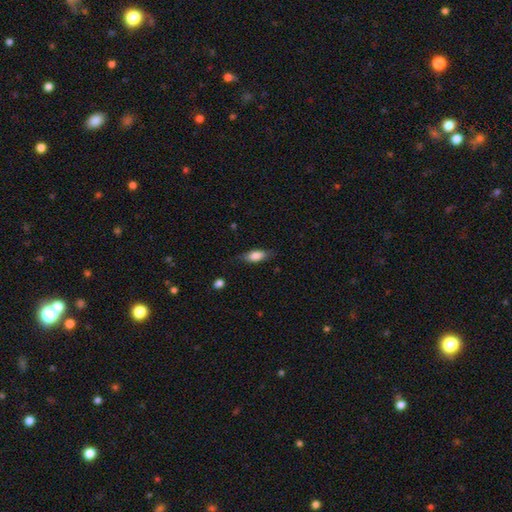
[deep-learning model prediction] smooth-or-featured: smooth: 79% | featured or disk: 14% | star or artifact: 7%
  how-rounded: in between: 78% | cigar-shaped: 19% | round: 3%
  merging: none: 73% | minor disturbance: 20% | major disturbance: 5% | merger: 1%